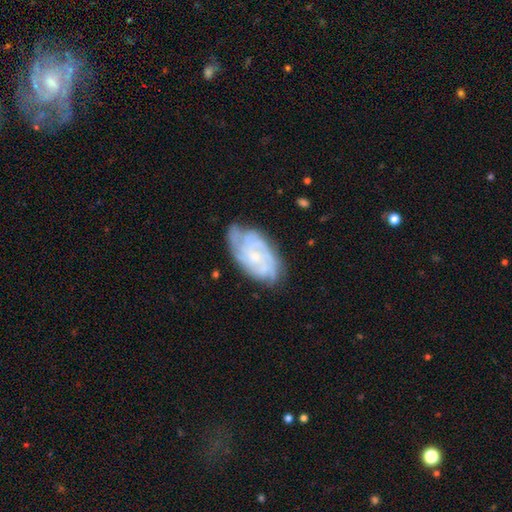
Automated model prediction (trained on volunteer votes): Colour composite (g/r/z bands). It shows a featured or disk galaxy (80%) with no bar (72%), tight (65%) spiral arms (94%) and a small central bulge (65%). Merging: none (70%).